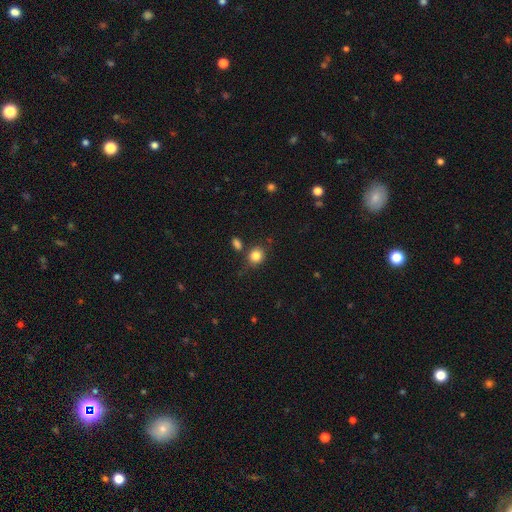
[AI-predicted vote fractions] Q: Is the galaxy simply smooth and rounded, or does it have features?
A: smooth — 83%.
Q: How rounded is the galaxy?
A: round — 75%.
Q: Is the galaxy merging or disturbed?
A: none — 73%.